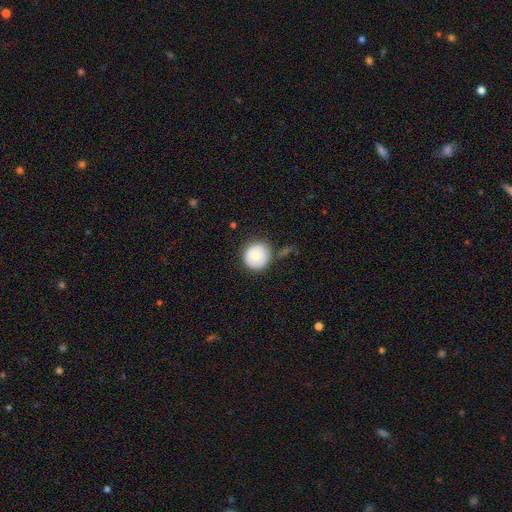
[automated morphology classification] A smooth galaxy with no disk features (73%) that is round (93%).

Vote fractions:
- Smooth or featured? smooth: 73% / featured or disk: 19% / star or artifact: 7%
- How rounded? round: 93% / in between: 6% / cigar-shaped: 1%
- Merging? none: 76% / minor disturbance: 15% / merger: 5% / major disturbance: 5%